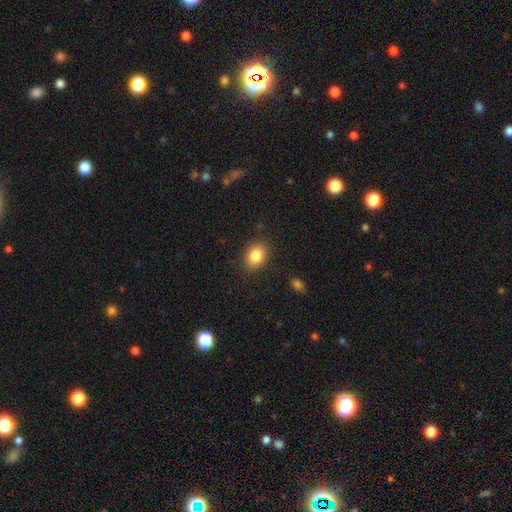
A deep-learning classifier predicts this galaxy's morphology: This is clearly a smooth galaxy (84%). How rounded: likely in between (63%). Merging: clearly none (86%).